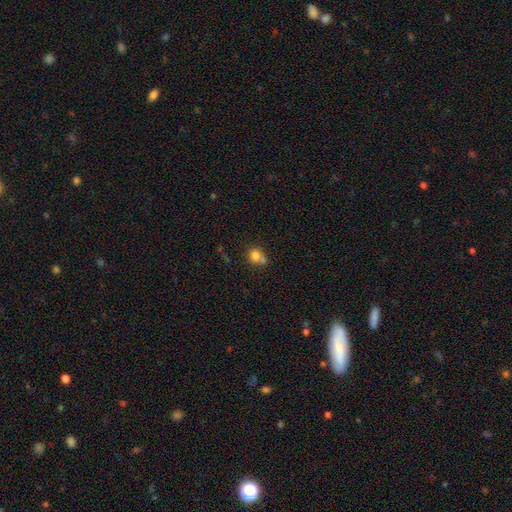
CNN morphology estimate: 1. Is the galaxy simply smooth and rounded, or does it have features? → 77% smooth, 12% star or artifact, 11% featured or disk.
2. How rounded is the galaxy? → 75% round, 24% in between, 1% cigar-shaped.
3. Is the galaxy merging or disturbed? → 42% none, 41% merger, 12% minor disturbance, 5% major disturbance.